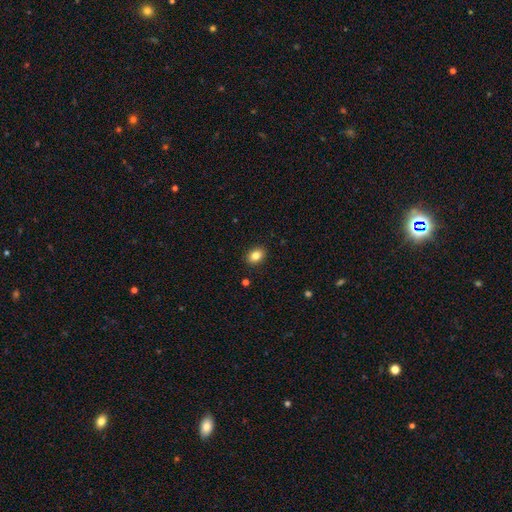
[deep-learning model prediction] Smooth or featured? smooth (84%)
How rounded? in between (71%)
Merging? none (90%)